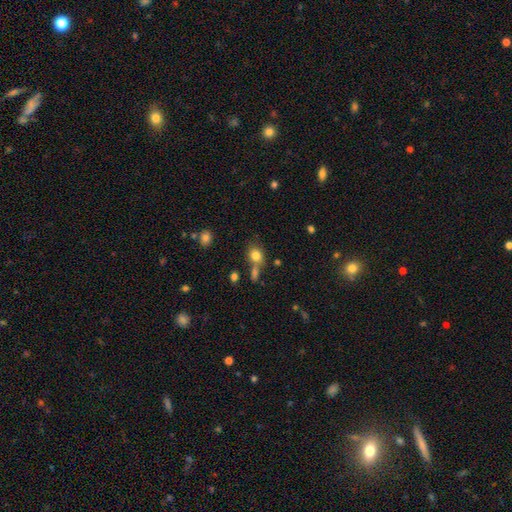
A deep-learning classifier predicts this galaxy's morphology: type=smooth (80%); roundness=round (60%); merging=none (56%).